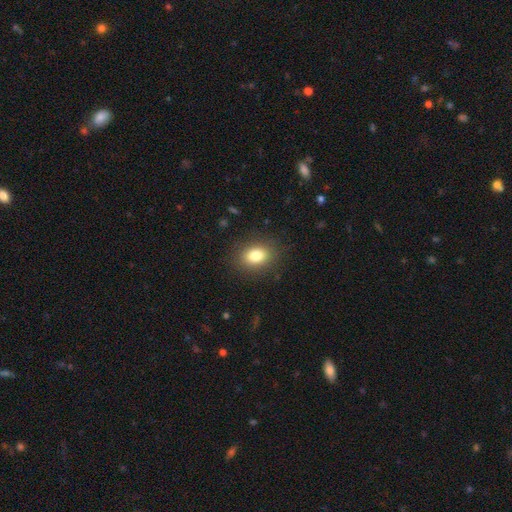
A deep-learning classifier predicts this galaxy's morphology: The model was most divided on "how rounded": in between: 69%, round: 30%, cigar-shaped: 1%. More confident: merging — none (86%); smooth or featured — smooth (82%).